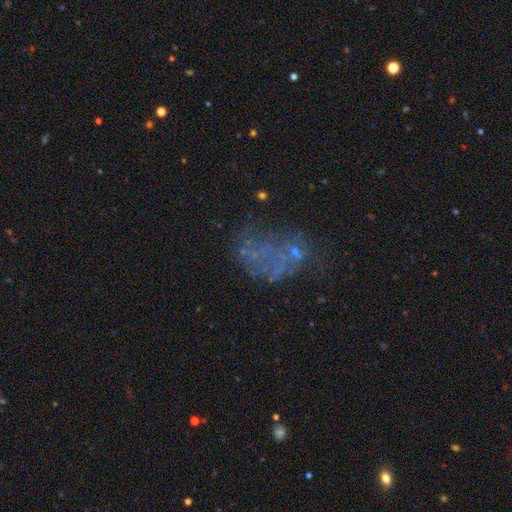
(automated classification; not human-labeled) Morphology: type=featured or disk (46%); merging=none (42%).